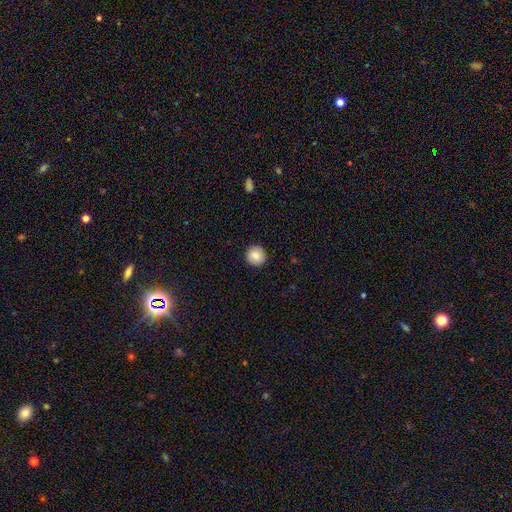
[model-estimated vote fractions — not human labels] A smooth galaxy with no disk features (84%) that is round (93%).

Vote fractions:
- Smooth or featured? smooth: 84% / featured or disk: 8% / star or artifact: 8%
- How rounded? round: 93% / in between: 6% / cigar-shaped: 1%
- Merging? none: 91% / minor disturbance: 6% / major disturbance: 2% / merger: 1%